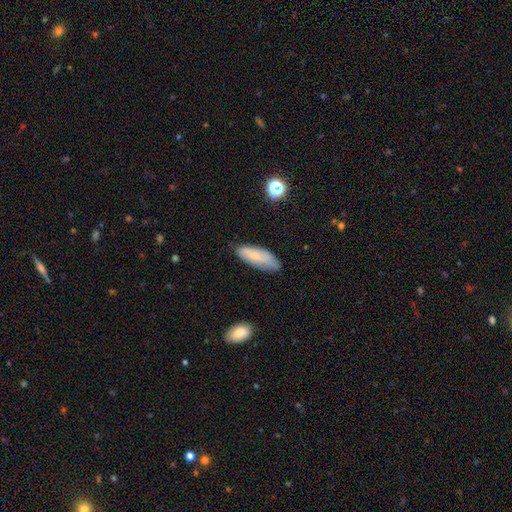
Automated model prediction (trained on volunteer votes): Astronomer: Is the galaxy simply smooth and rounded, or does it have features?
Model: smooth — 69%.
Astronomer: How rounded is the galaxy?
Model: in between — 70%.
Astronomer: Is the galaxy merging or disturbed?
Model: none — 71%.